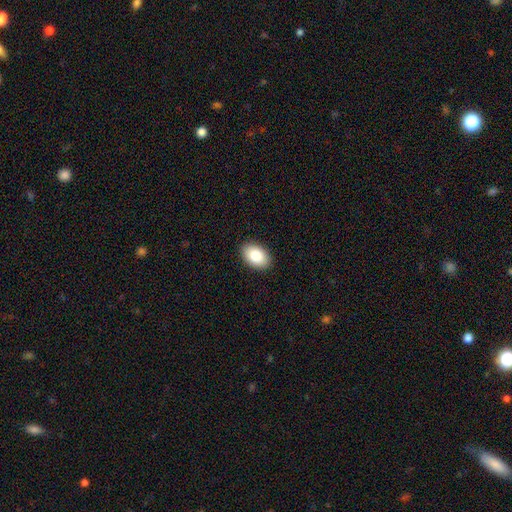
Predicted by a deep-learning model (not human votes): Q: Smooth or featured?
A: smooth (86%); runner-up: featured or disk (8%)
Q: How rounded?
A: in between (90%); runner-up: round (9%)
Q: Merging?
A: none (90%); runner-up: minor disturbance (7%)